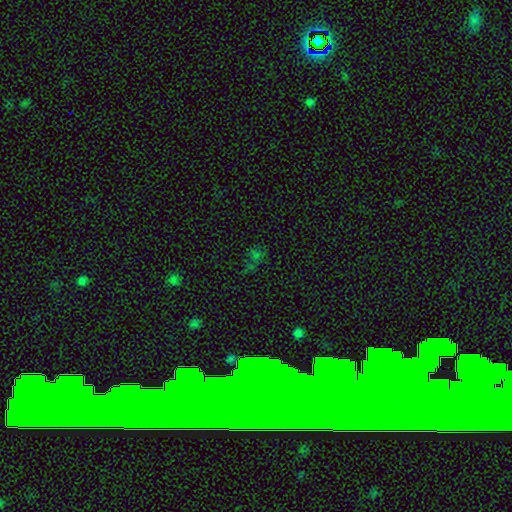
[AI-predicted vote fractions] Q: Smooth or featured?
A: star or artifact (51%); runner-up: smooth (40%)